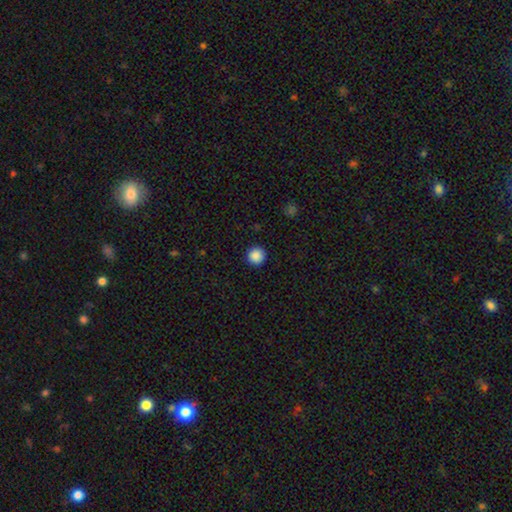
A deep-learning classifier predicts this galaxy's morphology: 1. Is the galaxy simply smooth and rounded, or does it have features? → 88% smooth, 10% star or artifact, 3% featured or disk.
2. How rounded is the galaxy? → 96% round, 3% in between, 1% cigar-shaped.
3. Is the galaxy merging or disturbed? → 92% none, 5% minor disturbance, 2% major disturbance, 1% merger.